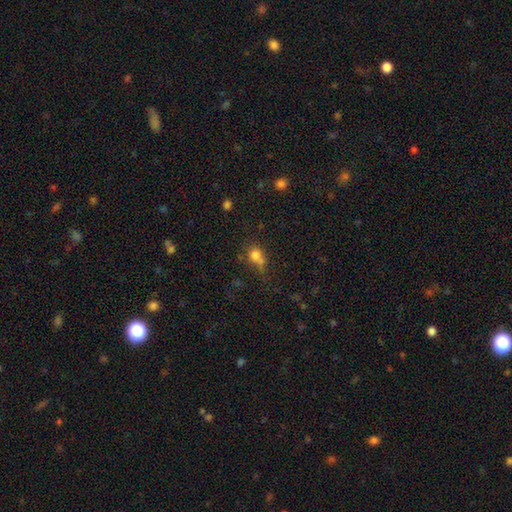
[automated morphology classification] Smooth or featured? Predicted: smooth (p=0.75). How rounded? Predicted: round (p=0.66). Merging? Predicted: none (p=0.39).